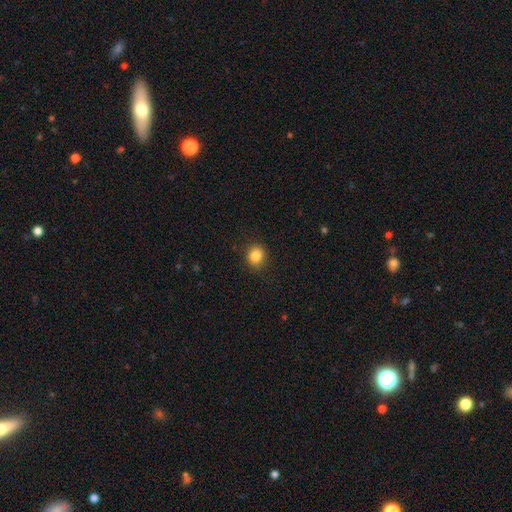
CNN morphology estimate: A smooth galaxy with no disk features (84%) that is round (79%). Merging: none (89%).